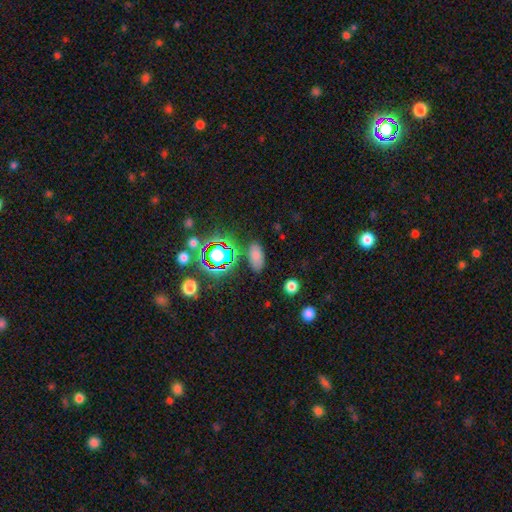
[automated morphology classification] This is likely a smooth galaxy (71%). How rounded: clearly in between (89%). Merging: clearly none (80%).